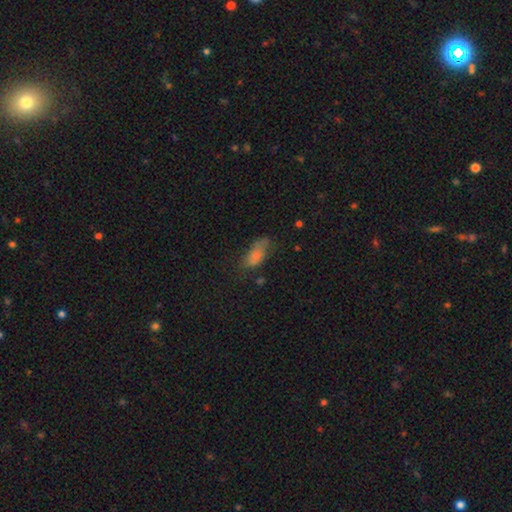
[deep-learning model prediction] Smooth or featured? Predicted: smooth (p=0.74). How rounded? Predicted: in between (p=0.83). Merging? Predicted: none (p=0.40).